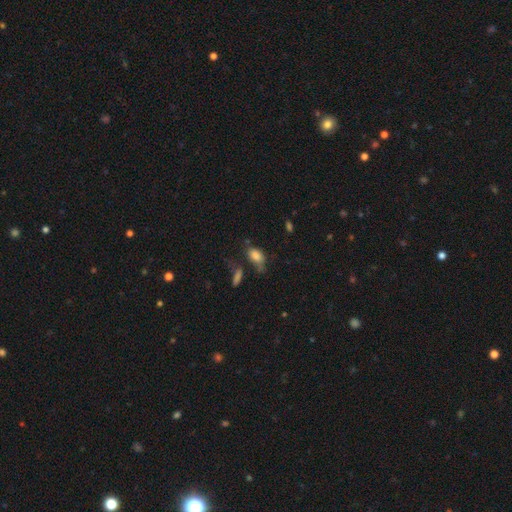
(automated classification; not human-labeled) Q: Smooth or featured?
A: smooth (80%); runner-up: featured or disk (11%)
Q: How rounded?
A: in between (88%); runner-up: round (9%)
Q: Merging?
A: none (42%); runner-up: minor disturbance (27%)